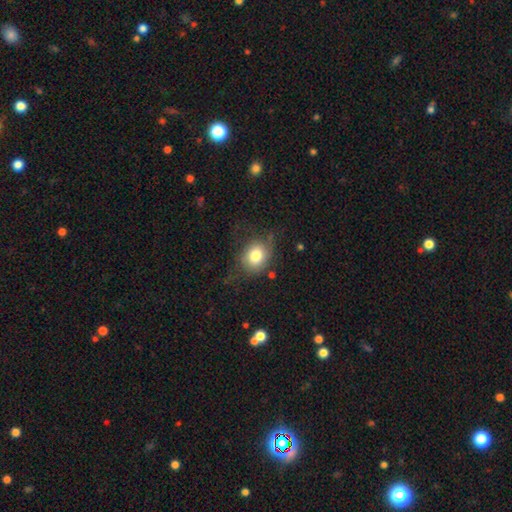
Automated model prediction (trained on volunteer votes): A smooth galaxy with no disk features (75%) that is round (59%).

Vote fractions:
- Smooth or featured? smooth: 75% / featured or disk: 14% / star or artifact: 10%
- How rounded? round: 59% / in between: 40% / cigar-shaped: 1%
- Merging? none: 59% / minor disturbance: 25% / major disturbance: 14% / merger: 2%